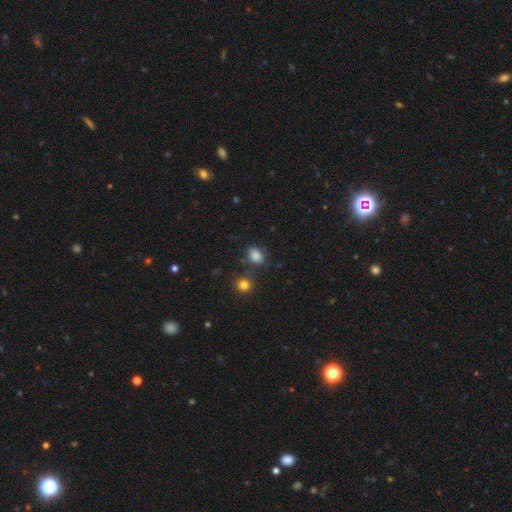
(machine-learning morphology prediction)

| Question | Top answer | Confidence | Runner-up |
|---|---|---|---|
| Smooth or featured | smooth | 83% | star or artifact (11%) |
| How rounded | in between | 69% | round (29%) |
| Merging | none | 68% | minor disturbance (19%) |